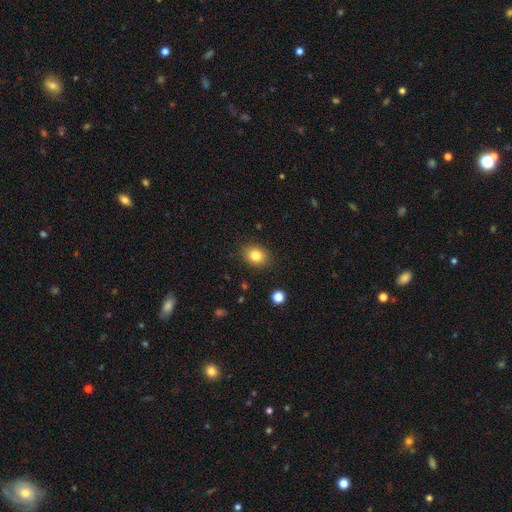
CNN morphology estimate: Overall: smooth (82%). How rounded: in between (51%; round 48%). Merging: none (87%).